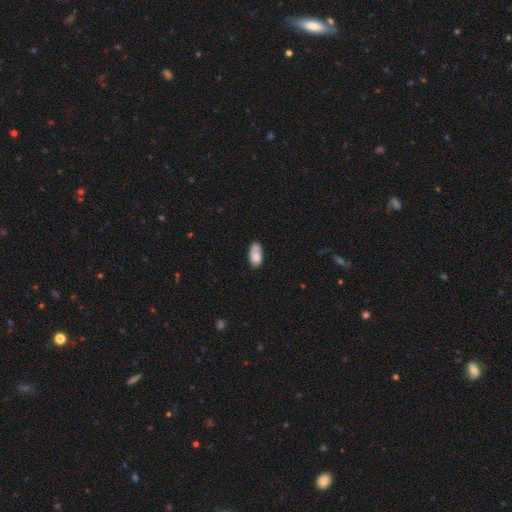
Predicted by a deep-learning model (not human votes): Q: Smooth or featured?
A: smooth (80%); runner-up: featured or disk (13%)
Q: How rounded?
A: in between (92%); runner-up: cigar-shaped (5%)
Q: Merging?
A: none (65%); runner-up: minor disturbance (26%)